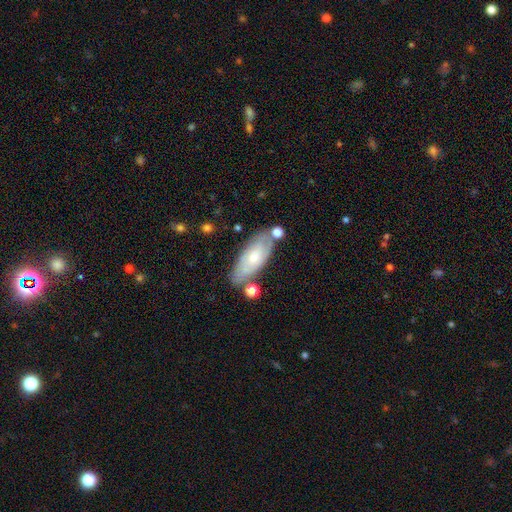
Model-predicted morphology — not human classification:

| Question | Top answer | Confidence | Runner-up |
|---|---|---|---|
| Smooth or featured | smooth | 49% | featured or disk (43%) |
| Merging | none | 74% | minor disturbance (15%) |